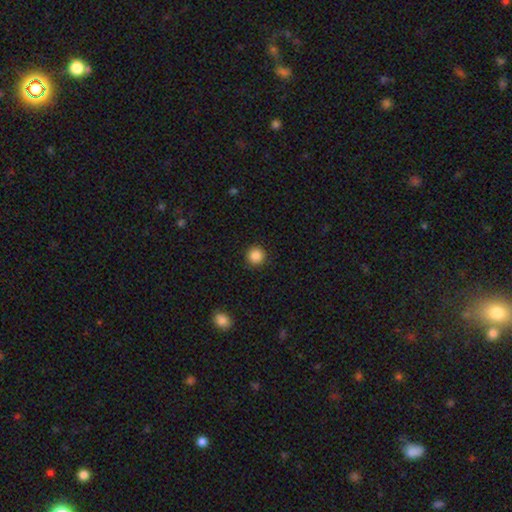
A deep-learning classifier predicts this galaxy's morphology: smooth_or_featured: smooth (p=0.87) [alt: star or artifact p=0.10]
how_rounded: round (p=0.95) [alt: in between p=0.04]
merging: none (p=0.93) [alt: minor disturbance p=0.05]